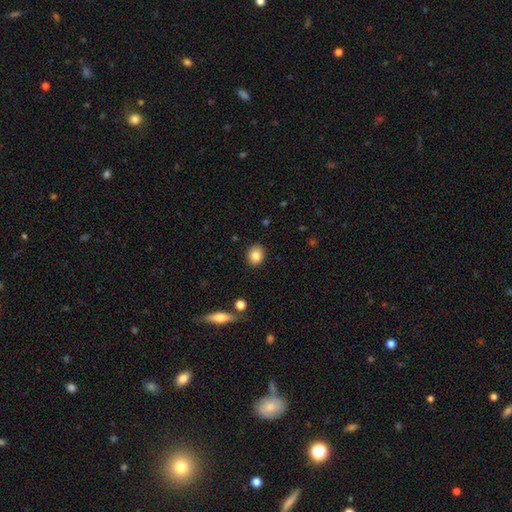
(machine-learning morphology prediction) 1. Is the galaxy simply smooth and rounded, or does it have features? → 84% smooth, 9% star or artifact, 7% featured or disk.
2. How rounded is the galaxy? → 62% round, 37% in between, 1% cigar-shaped.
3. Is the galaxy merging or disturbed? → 89% none, 7% minor disturbance, 2% major disturbance, 1% merger.